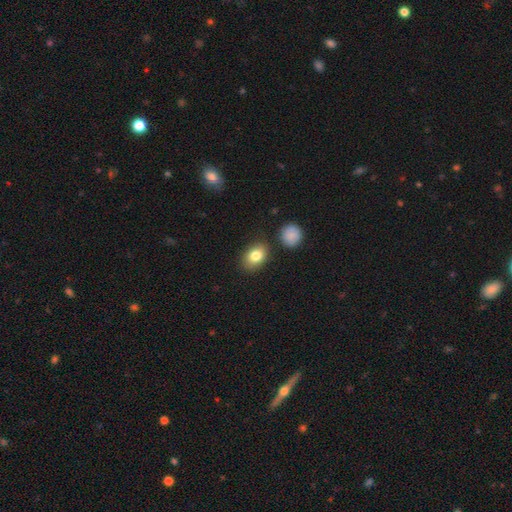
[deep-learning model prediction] smooth-or-featured: smooth: 81% | featured or disk: 10% | star or artifact: 9%
  how-rounded: in between: 75% | round: 24% | cigar-shaped: 1%
  merging: none: 82% | minor disturbance: 11% | merger: 5% | major disturbance: 3%